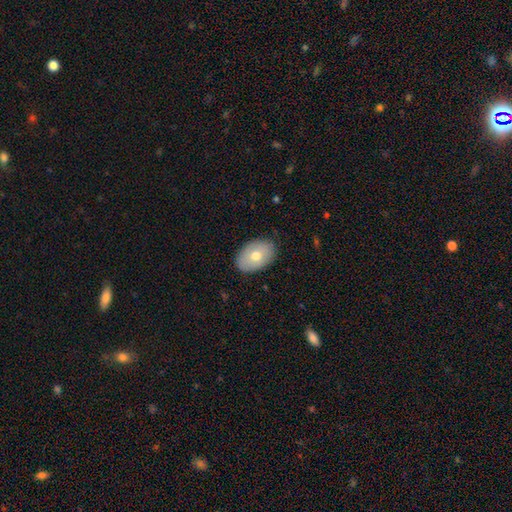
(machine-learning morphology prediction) smooth 68%, featured or disk 25%, star or artifact 7%. Down the decision tree: how rounded — in between (87%); merging — none (85%).